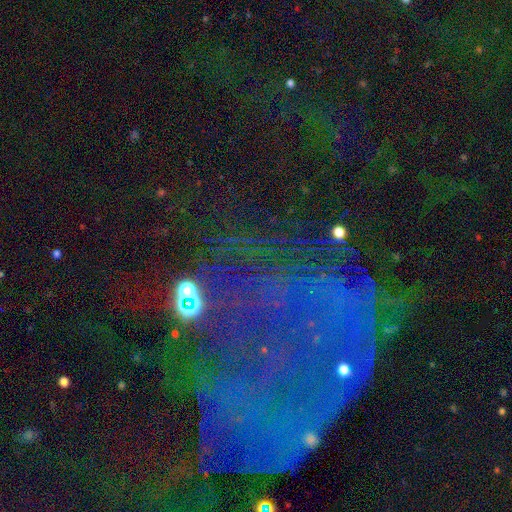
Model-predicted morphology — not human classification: Q: Smooth or featured?
A: star or artifact (62%); runner-up: featured or disk (23%)